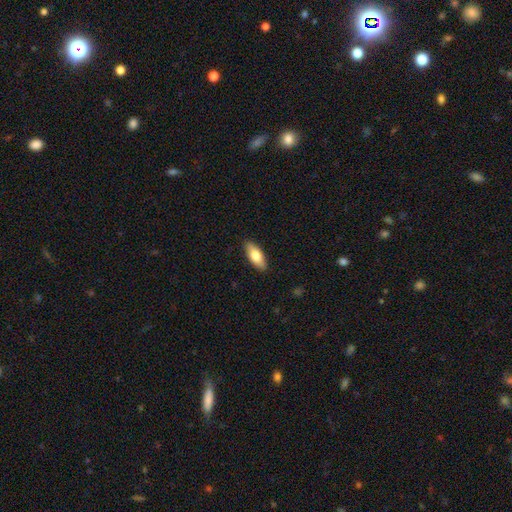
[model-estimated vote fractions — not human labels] smooth_or_featured: smooth (p=0.76) [alt: featured or disk p=0.18]
how_rounded: in between (p=0.80) [alt: cigar-shaped p=0.18]
merging: none (p=0.89) [alt: minor disturbance p=0.09]